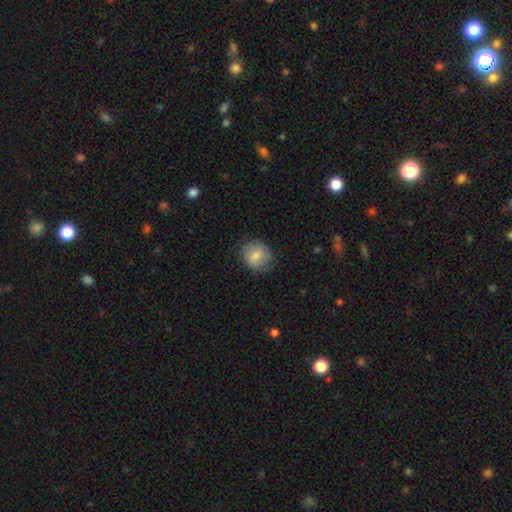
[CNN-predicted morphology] smooth_or_featured: smooth (p=0.79) [alt: featured or disk p=0.14]
how_rounded: round (p=0.76) [alt: in between p=0.23]
merging: none (p=0.74) [alt: minor disturbance p=0.19]